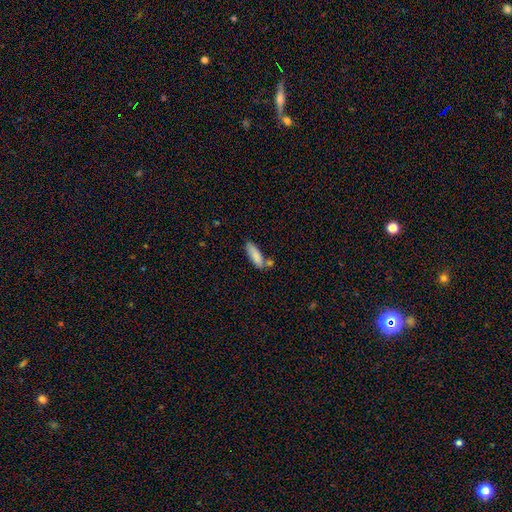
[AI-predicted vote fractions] Smooth or featured? smooth (85%)
How rounded? in between (57%)
Merging? none (62%)